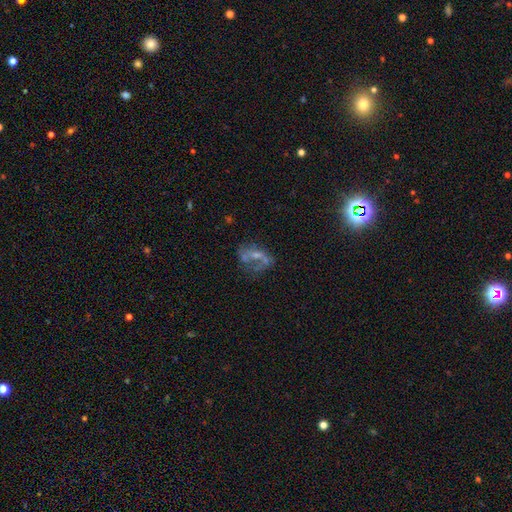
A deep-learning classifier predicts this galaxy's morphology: Overall: featured or disk (61%; smooth 22%). Edge-on disk: no (96%). Bar: no (60%; weak 30%). Spiral arms: no (56%; yes 44%). Bulge size: small (40%; none 30%). Merging: none (38%; major disturbance 33%).